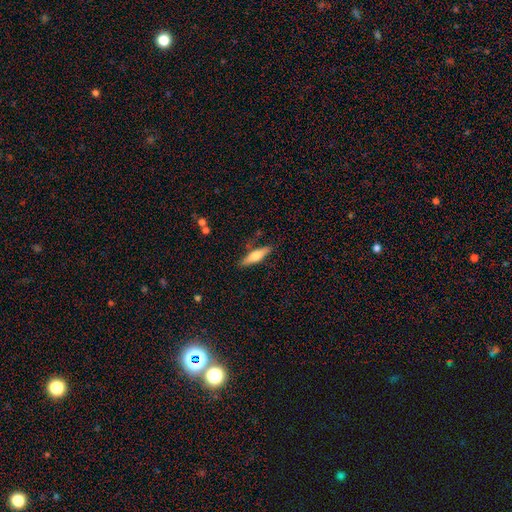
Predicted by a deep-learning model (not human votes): The model was most divided on "smooth or featured": smooth: 58%, featured or disk: 36%, star or artifact: 6%. More confident: merging — none (81%); how rounded — cigar-shaped (71%).